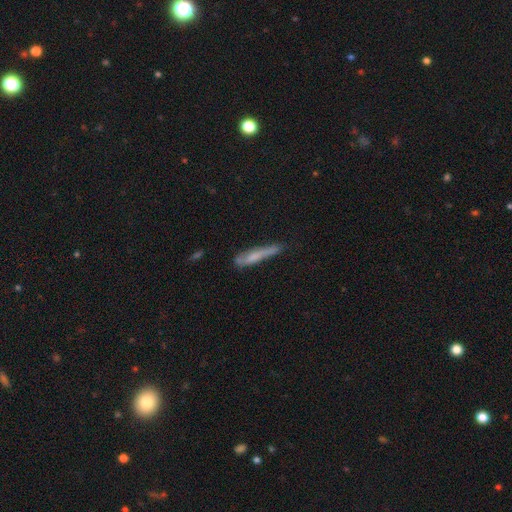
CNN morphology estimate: The model was most divided on "smooth or featured": smooth: 58%, featured or disk: 35%, star or artifact: 8%. More confident: how rounded — cigar-shaped (92%); merging — none (58%).